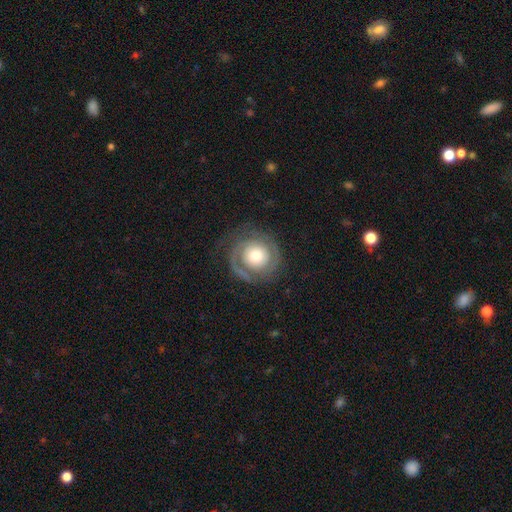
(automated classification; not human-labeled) Overall: featured or disk (80%). Edge-on disk: no (98%). Bar: no (79%). Spiral arms: yes (92%). Spiral arm count: 2 (65%). Spiral winding: tight (63%; medium 28%). Bulge size: moderate (60%; large 26%). Merging: none (75%).